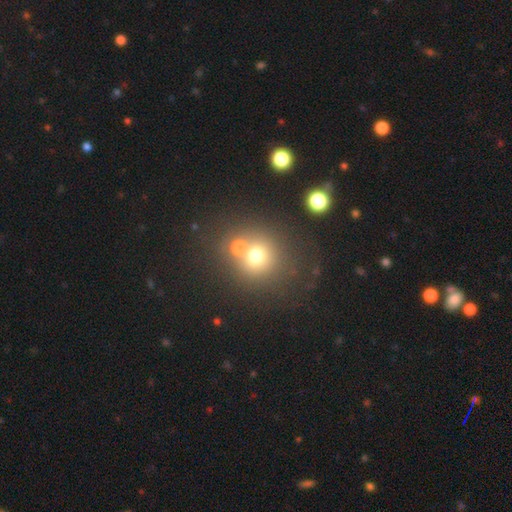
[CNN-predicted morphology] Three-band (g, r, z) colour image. It shows a smooth galaxy with no disk features (67%) that is round (88%). Merging: none (50%).